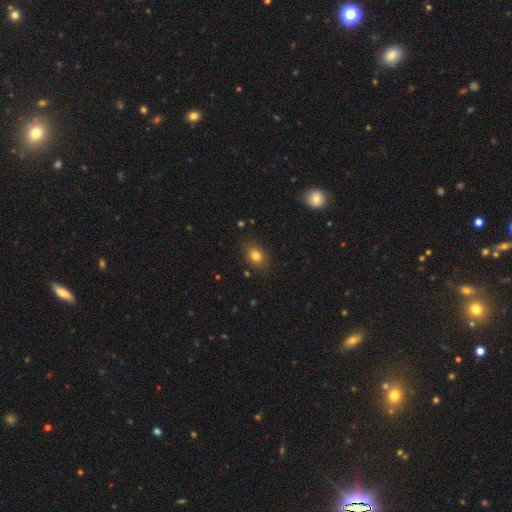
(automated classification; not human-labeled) smooth-or-featured: smooth: 80% | star or artifact: 11% | featured or disk: 8%
  how-rounded: in between: 70% | round: 28% | cigar-shaped: 1%
  merging: none: 84% | minor disturbance: 12% | major disturbance: 3% | merger: 2%